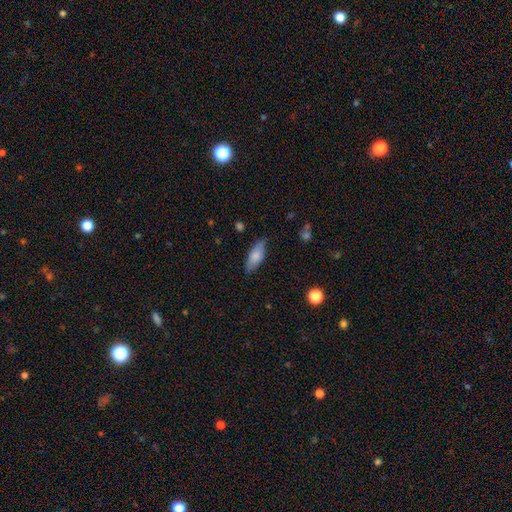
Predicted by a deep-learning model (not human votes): smooth_or_featured: smooth (p=0.76) [alt: featured or disk p=0.18]
how_rounded: in between (p=0.77) [alt: cigar-shaped p=0.21]
merging: none (p=0.80) [alt: minor disturbance p=0.16]